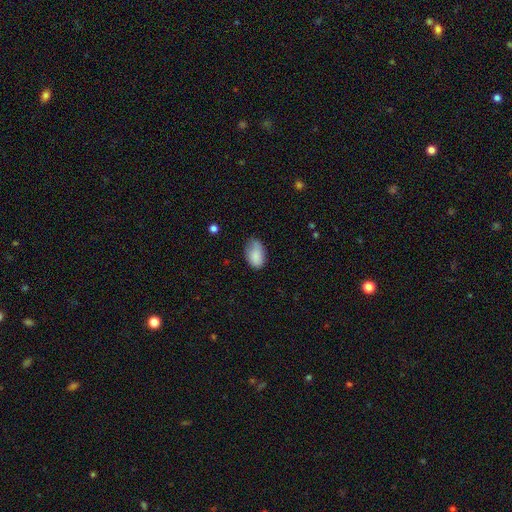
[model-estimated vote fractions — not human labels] Smooth or featured? Predicted: smooth (p=0.85). How rounded? Predicted: in between (p=0.91). Merging? Predicted: none (p=0.58).